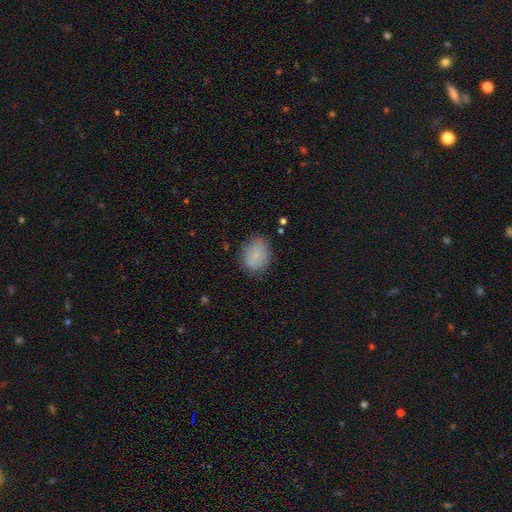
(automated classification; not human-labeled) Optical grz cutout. It shows a smooth galaxy with no disk features (82%) that is in between round and cigar-shaped (55%). Merging: none (76%).